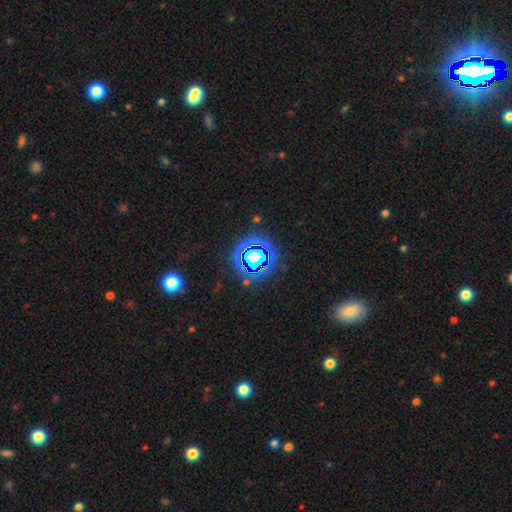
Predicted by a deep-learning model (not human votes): A star or artifact, not a galaxy (73%).